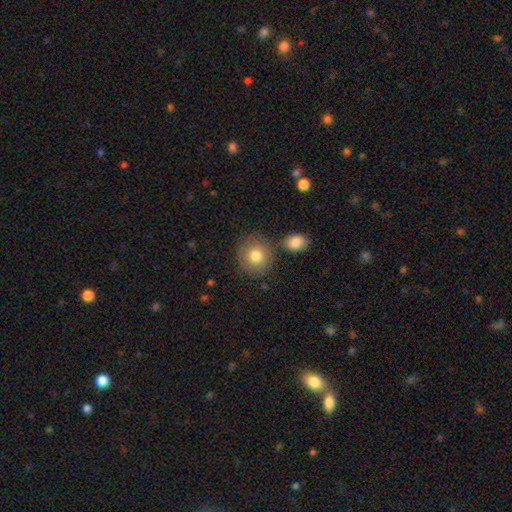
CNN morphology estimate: Smooth or featured?
  - smooth: 80% *
  - featured or disk: 12%
  - star or artifact: 9%
How rounded?
  - round: 87% *
  - in between: 12%
  - cigar-shaped: 1%
Merging?
  - none: 75% *
  - minor disturbance: 11%
  - merger: 10%
  - major disturbance: 3%